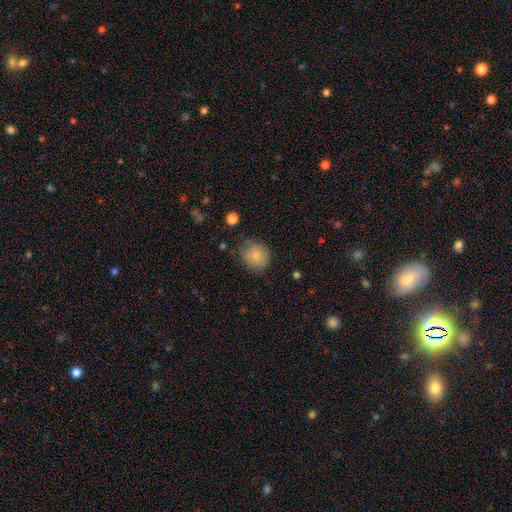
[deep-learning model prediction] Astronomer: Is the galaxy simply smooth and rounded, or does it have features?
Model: smooth — 84%.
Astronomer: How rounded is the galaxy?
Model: round — 70%.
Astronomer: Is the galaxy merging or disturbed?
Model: none — 71%.